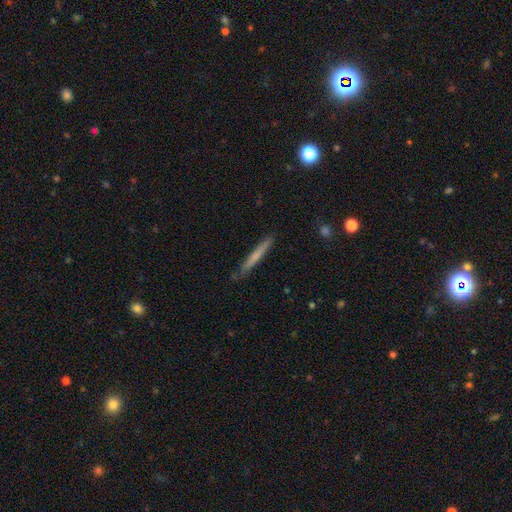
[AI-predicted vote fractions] Smooth or featured? smooth (65%)
How rounded? cigar-shaped (96%)
Merging? none (84%)